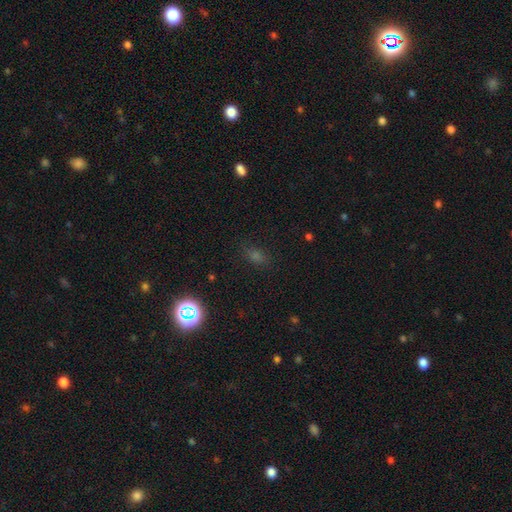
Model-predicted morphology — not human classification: This appears to be a smooth galaxy with no disk features (54%) that is in between round and cigar-shaped (60%). Merging: none (82%).